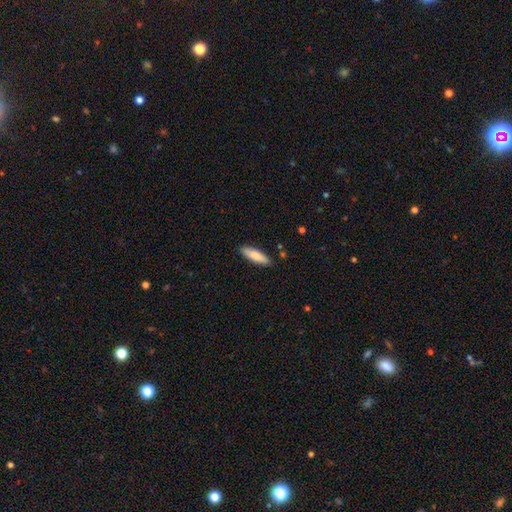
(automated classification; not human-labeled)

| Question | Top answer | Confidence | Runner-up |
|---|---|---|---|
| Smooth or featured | smooth | 79% | featured or disk (16%) |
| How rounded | cigar-shaped | 65% | in between (34%) |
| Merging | none | 88% | minor disturbance (9%) |